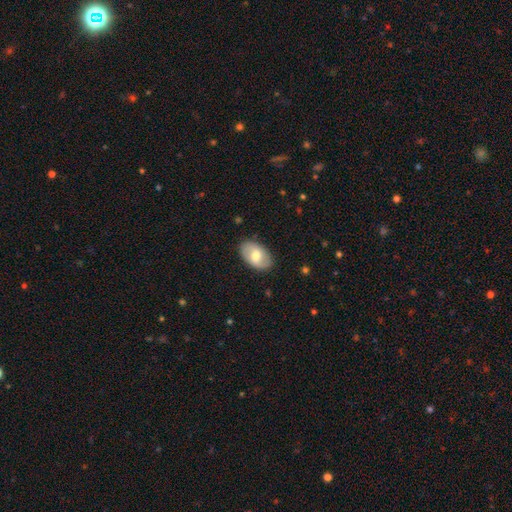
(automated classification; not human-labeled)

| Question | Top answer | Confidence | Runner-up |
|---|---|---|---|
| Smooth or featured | smooth | 58% | featured or disk (36%) |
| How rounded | in between | 91% | round (8%) |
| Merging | none | 85% | minor disturbance (11%) |